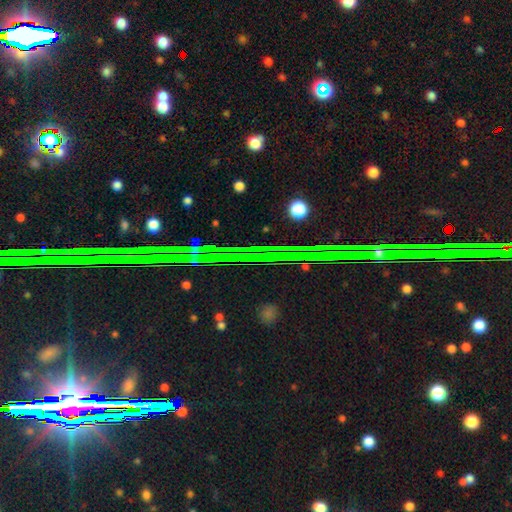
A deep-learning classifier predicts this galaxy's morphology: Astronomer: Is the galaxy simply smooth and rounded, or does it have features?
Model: star or artifact — 73%.